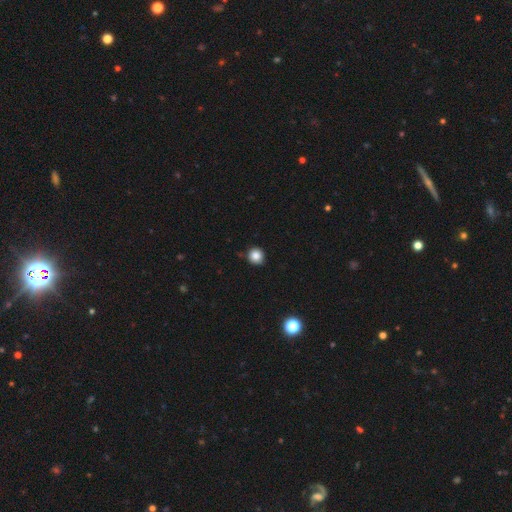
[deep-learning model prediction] Overall: smooth (85%). How rounded: round (93%). Merging: none (87%).